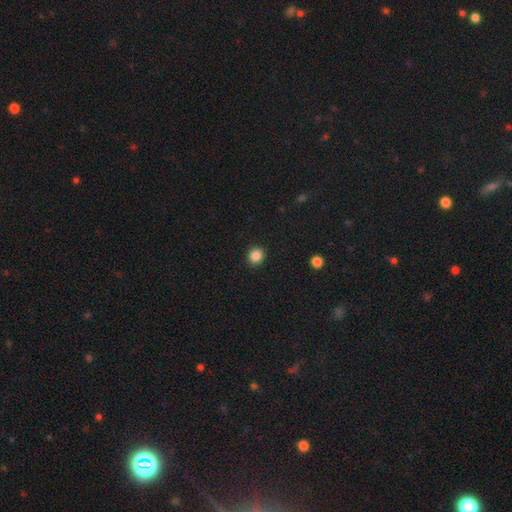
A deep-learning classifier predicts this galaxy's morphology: Smooth or featured?
  - smooth: 86% *
  - star or artifact: 10%
  - featured or disk: 3%
How rounded?
  - round: 88% *
  - in between: 11%
  - cigar-shaped: 1%
Merging?
  - none: 92% *
  - minor disturbance: 5%
  - major disturbance: 2%
  - merger: 1%